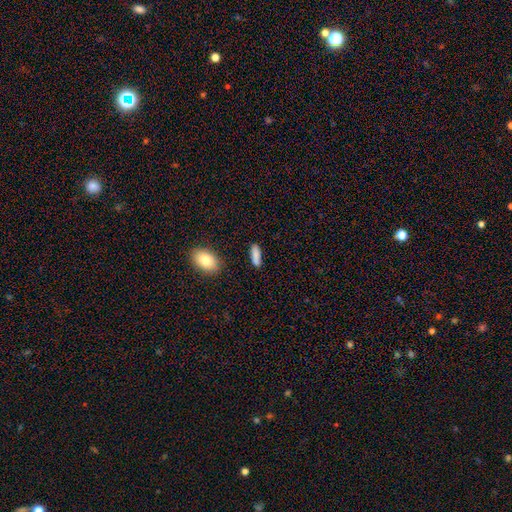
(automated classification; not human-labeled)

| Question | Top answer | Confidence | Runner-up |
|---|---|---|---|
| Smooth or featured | smooth | 85% | featured or disk (7%) |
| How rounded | in between | 54% | cigar-shaped (43%) |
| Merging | none | 81% | minor disturbance (12%) |